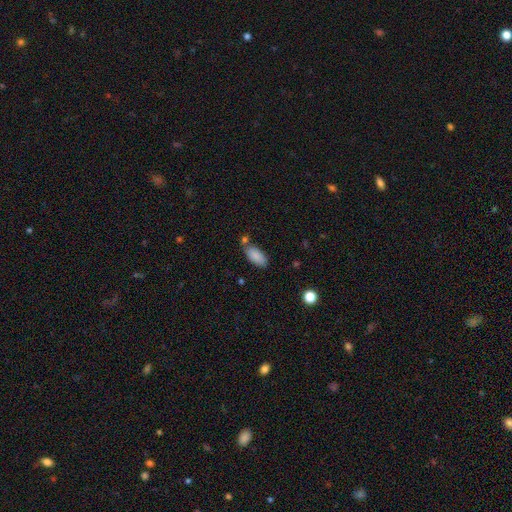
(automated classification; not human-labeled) This appears to be a smooth galaxy with no disk features (86%) that is in between round and cigar-shaped (92%). Merging: none (68%).